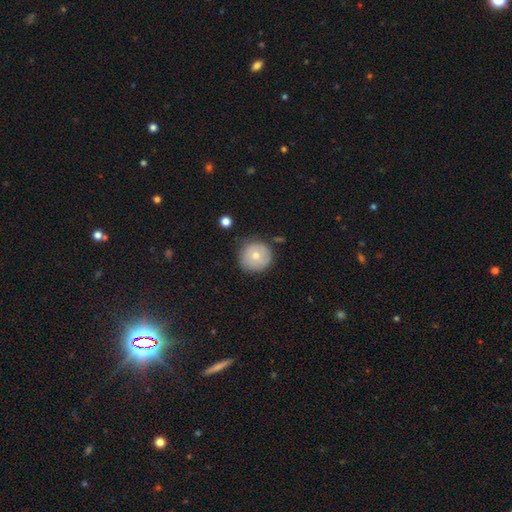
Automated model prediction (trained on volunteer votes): smooth 63%, featured or disk 30%, star or artifact 7%. Down the decision tree: how rounded — round (93%); merging — none (74%).